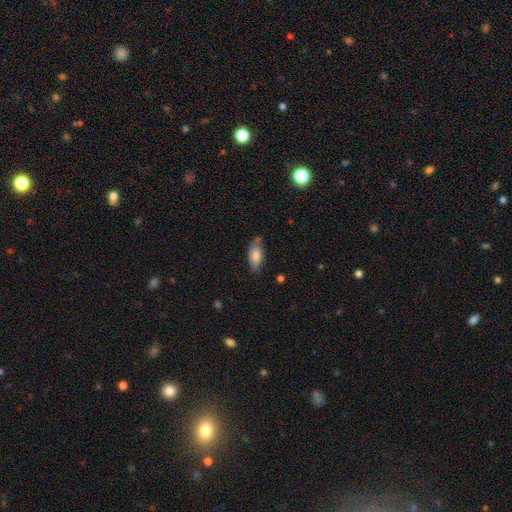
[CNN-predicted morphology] smooth_or_featured: smooth (p=0.76) [alt: featured or disk p=0.17]
how_rounded: in between (p=0.87) [alt: cigar-shaped p=0.10]
merging: none (p=0.62) [alt: minor disturbance p=0.27]